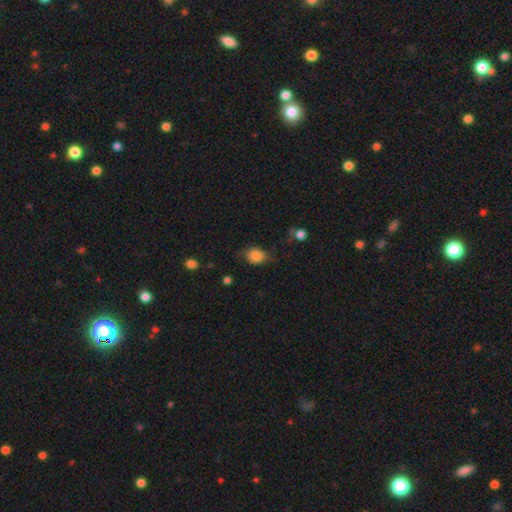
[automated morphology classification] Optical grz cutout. It shows a smooth galaxy with no disk features (83%) that is round (52%). Merging: none (68%).